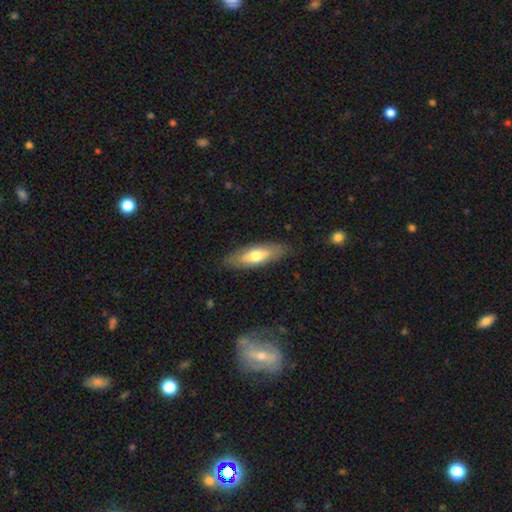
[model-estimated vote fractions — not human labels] The model was most divided on "how rounded": in between: 59%, cigar-shaped: 39%, round: 2%. More confident: merging — none (84%); smooth or featured — smooth (58%).